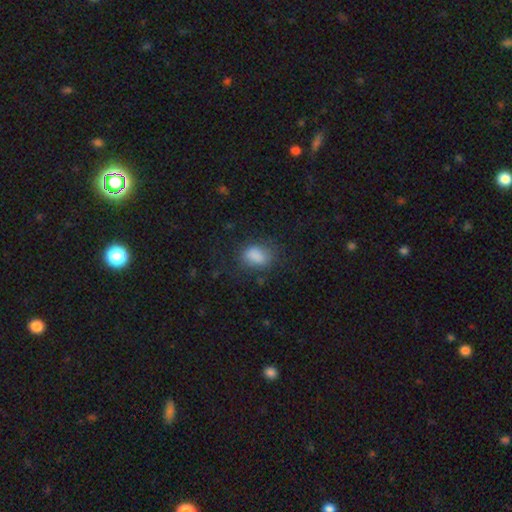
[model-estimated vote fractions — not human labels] Q: Smooth or featured?
A: smooth (82%); runner-up: star or artifact (10%)
Q: How rounded?
A: in between (73%); runner-up: round (26%)
Q: Merging?
A: none (62%); runner-up: minor disturbance (22%)